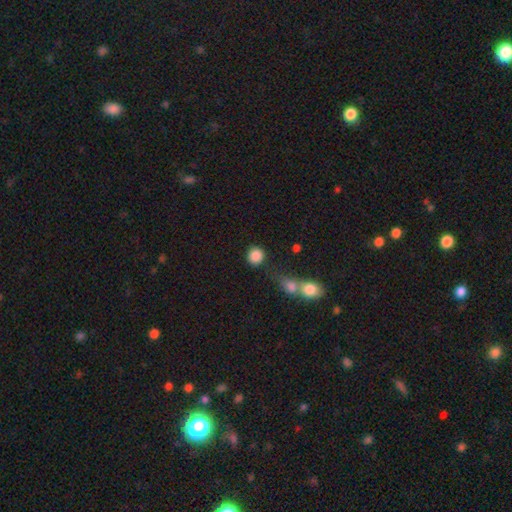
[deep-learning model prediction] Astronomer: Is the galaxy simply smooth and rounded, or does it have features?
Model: smooth — 86%.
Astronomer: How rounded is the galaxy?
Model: round — 89%.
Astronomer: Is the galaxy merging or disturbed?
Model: none — 73%.